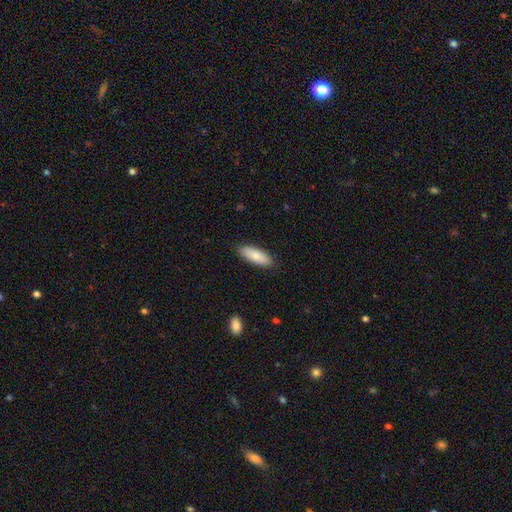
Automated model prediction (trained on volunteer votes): Overall: smooth (81%). How rounded: in between (70%). Merging: none (88%).